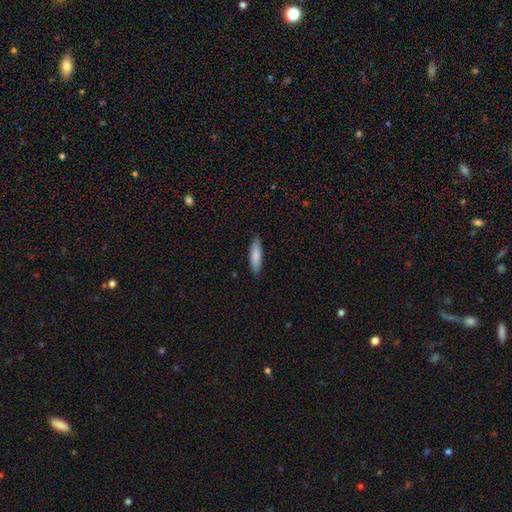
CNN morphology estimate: Smooth or featured? smooth (85%)
How rounded? cigar-shaped (58%)
Merging? none (86%)